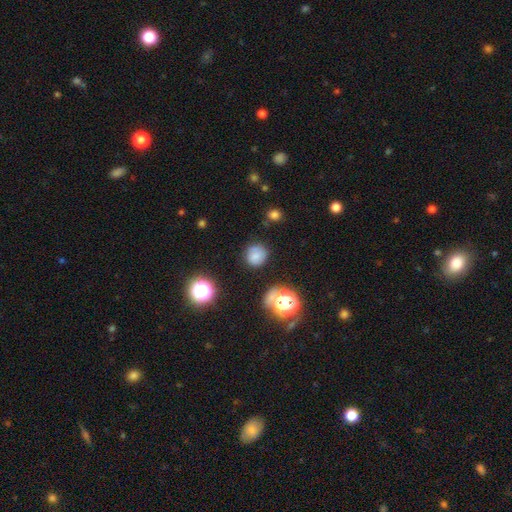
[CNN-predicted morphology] The model was most divided on "merging": none: 74%, minor disturbance: 17%, major disturbance: 6%, merger: 3%. More confident: how rounded — round (87%); smooth or featured — smooth (72%).